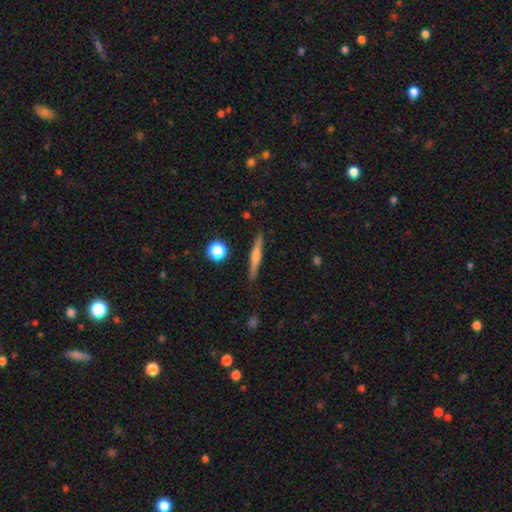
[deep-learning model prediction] This is likely a featured or disk galaxy (62%). It is clearly viewed edge-on (98%). Edge-on bulge: clearly rounded (81%). Merging: clearly none (90%).